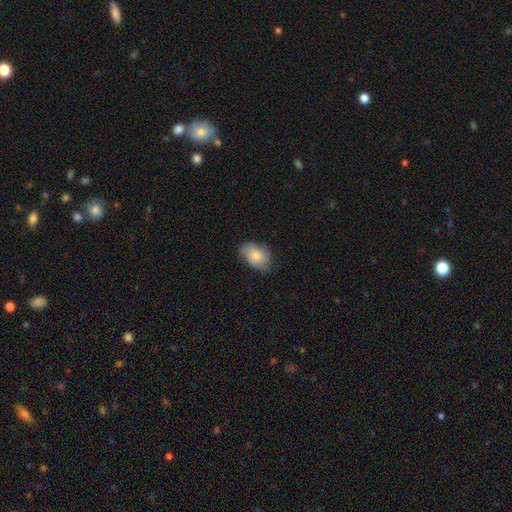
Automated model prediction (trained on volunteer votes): A smooth galaxy with no disk features (76%) that is in between round and cigar-shaped (84%).

Vote fractions:
- Smooth or featured? smooth: 76% / featured or disk: 17% / star or artifact: 7%
- How rounded? in between: 84% / round: 14% / cigar-shaped: 1%
- Merging? none: 68% / minor disturbance: 27% / major disturbance: 5% / merger: 1%